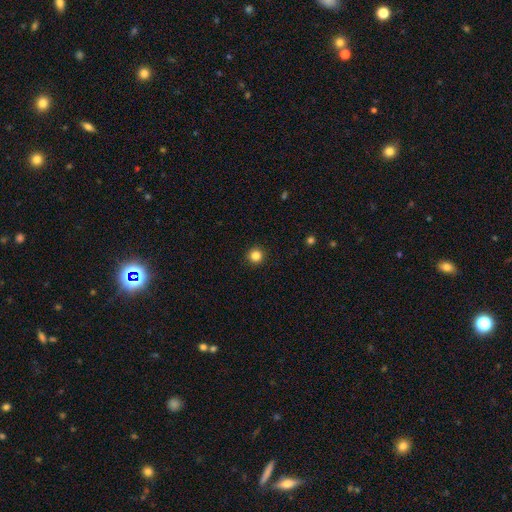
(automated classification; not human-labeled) This appears to be a smooth galaxy with no disk features (84%) that is round (96%). Merging: none (94%).